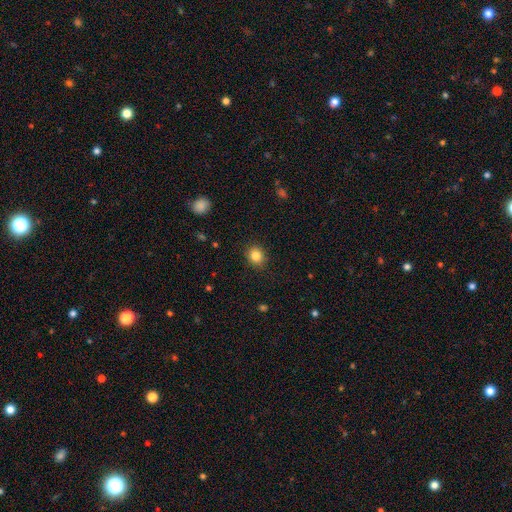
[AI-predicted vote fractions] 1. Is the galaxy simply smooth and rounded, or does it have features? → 84% smooth, 11% star or artifact, 5% featured or disk.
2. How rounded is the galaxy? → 76% round, 23% in between, 1% cigar-shaped.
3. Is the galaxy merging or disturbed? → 89% none, 8% minor disturbance, 2% major disturbance, 1% merger.